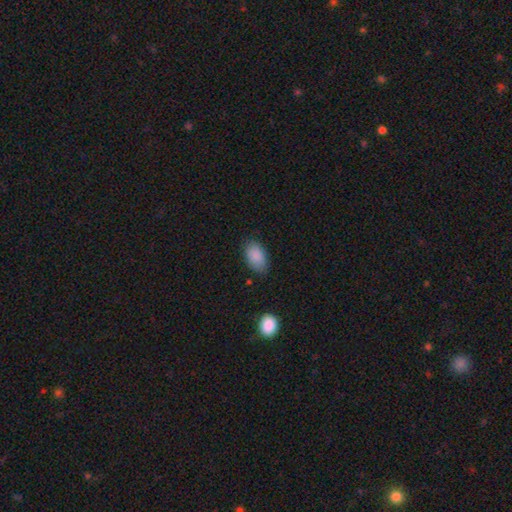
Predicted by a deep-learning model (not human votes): A smooth galaxy with no disk features (88%) that is in between round and cigar-shaped (92%).

Vote fractions:
- Smooth or featured? smooth: 88% / star or artifact: 7% / featured or disk: 5%
- How rounded? in between: 92% / round: 6% / cigar-shaped: 2%
- Merging? none: 79% / minor disturbance: 16% / major disturbance: 4% / merger: 2%